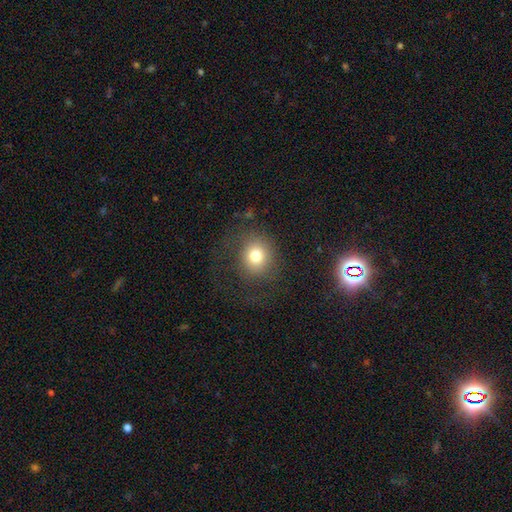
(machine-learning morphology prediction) Smooth or featured? smooth (76%)
How rounded? round (79%)
Merging? none (73%)